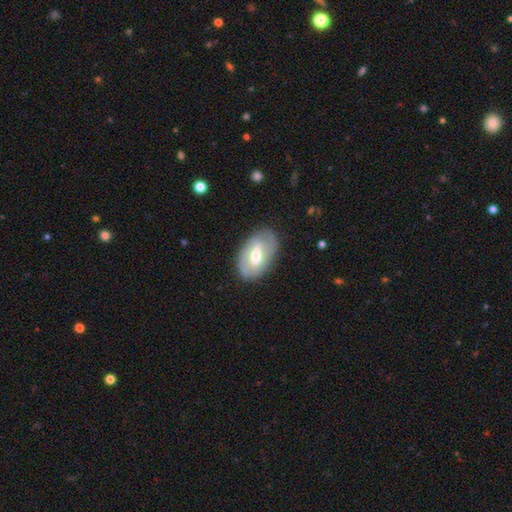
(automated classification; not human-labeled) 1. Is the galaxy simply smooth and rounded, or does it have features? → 53% featured or disk, 42% smooth, 6% star or artifact.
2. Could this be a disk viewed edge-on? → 91% no, 9% yes.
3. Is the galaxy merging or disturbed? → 79% none, 14% minor disturbance, 5% major disturbance, 1% merger.